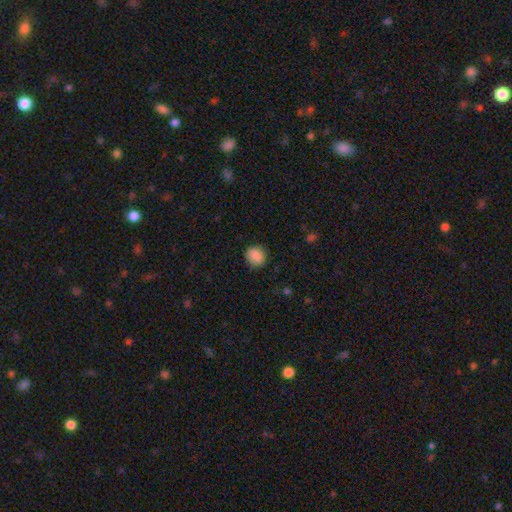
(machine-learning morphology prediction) This is clearly a smooth galaxy (86%). How rounded: clearly round (82%). Merging: clearly none (86%).